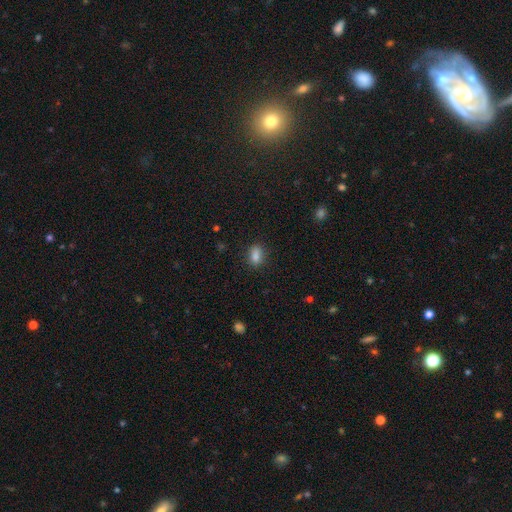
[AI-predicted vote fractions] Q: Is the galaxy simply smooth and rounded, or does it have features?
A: smooth — 84%.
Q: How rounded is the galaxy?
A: in between — 80%.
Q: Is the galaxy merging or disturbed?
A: none — 81%.